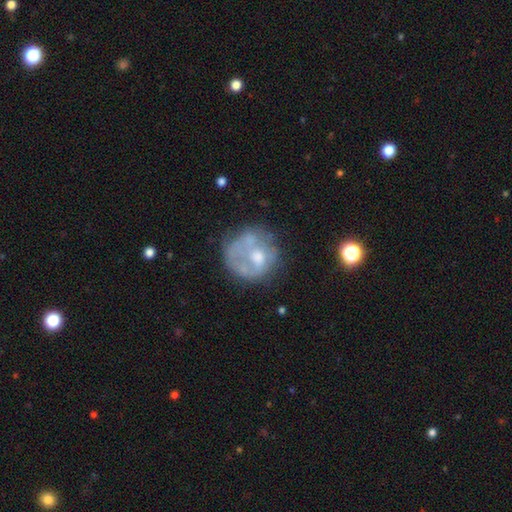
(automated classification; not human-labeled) Morphology: type=featured or disk (51%); edge-on=no (98%); merging=none (45%).